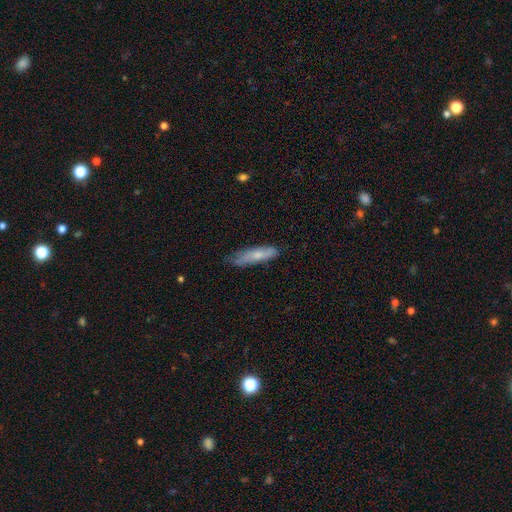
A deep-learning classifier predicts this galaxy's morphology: smooth 60%, featured or disk 33%, star or artifact 7%. Down the decision tree: how rounded — cigar-shaped (74%); merging — none (69%).